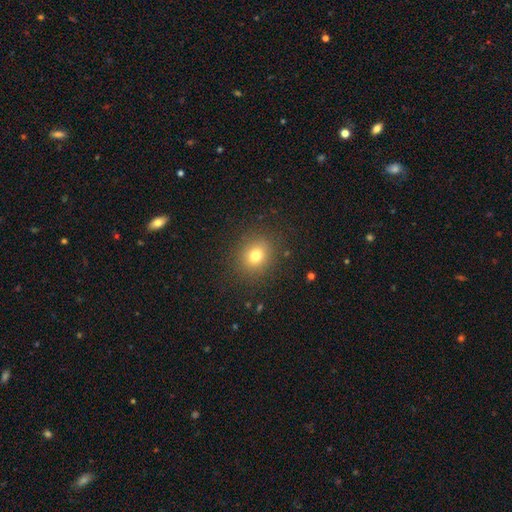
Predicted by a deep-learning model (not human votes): Smooth or featured?
  - smooth: 76% *
  - star or artifact: 14%
  - featured or disk: 10%
How rounded?
  - round: 74% *
  - in between: 25%
  - cigar-shaped: 1%
Merging?
  - none: 87% *
  - minor disturbance: 8%
  - major disturbance: 4%
  - merger: 1%